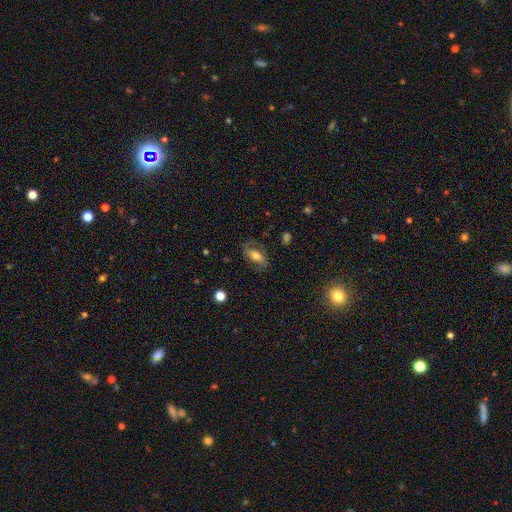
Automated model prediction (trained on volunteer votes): Smooth or featured? smooth (46%)
Merging? none (68%)